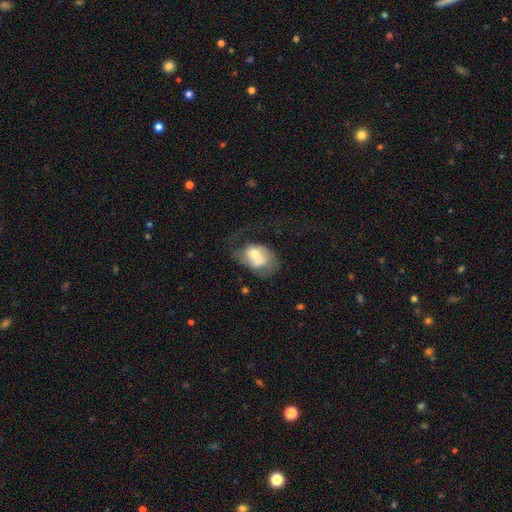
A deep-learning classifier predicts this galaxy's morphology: Overall: smooth (52%; featured or disk 39%). How rounded: in between (73%). Merging: merger (30%; major disturbance 28%).